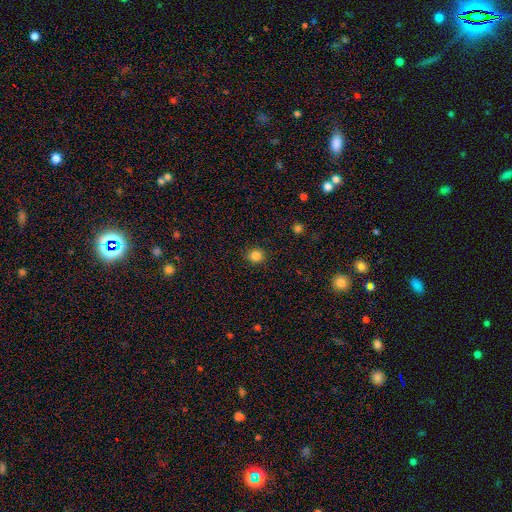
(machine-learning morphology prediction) Overall: smooth (84%). How rounded: round (86%). Merging: none (90%).